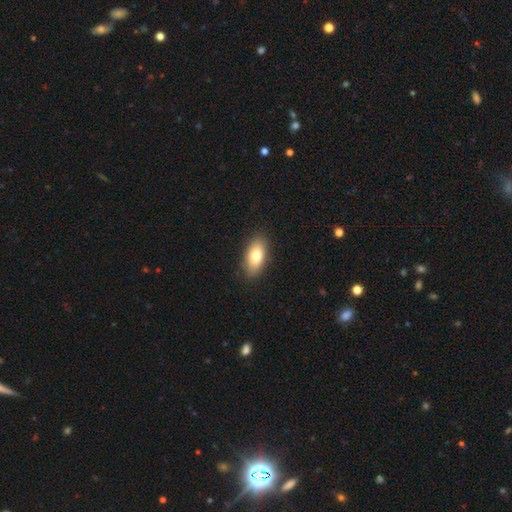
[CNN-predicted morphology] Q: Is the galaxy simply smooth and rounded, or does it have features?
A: smooth — 77%.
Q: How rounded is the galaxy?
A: in between — 90%.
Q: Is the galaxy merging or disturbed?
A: none — 88%.